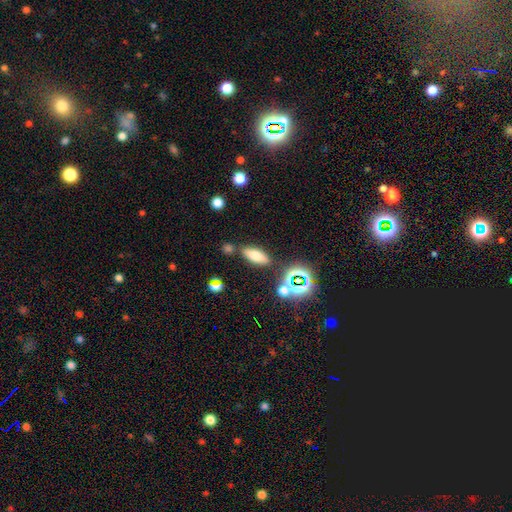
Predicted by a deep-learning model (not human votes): A smooth galaxy with no disk features (66%) that is in between round and cigar-shaped (68%). Merging: none (79%).